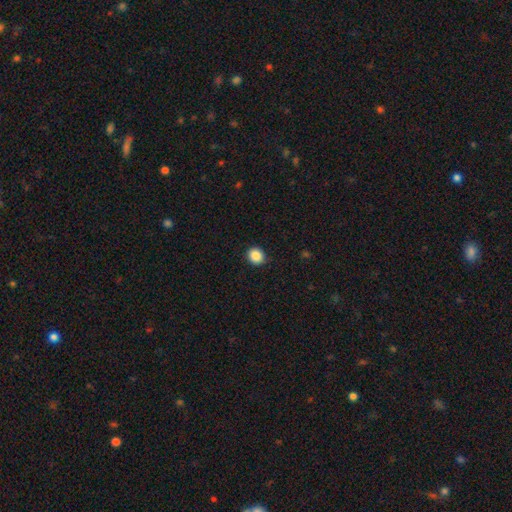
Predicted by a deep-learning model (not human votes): Smooth or featured: smooth — 88% (star or artifact — 9%)
How rounded: round — 81% (in between — 18%)
Merging: none — 89% (minor disturbance — 8%)